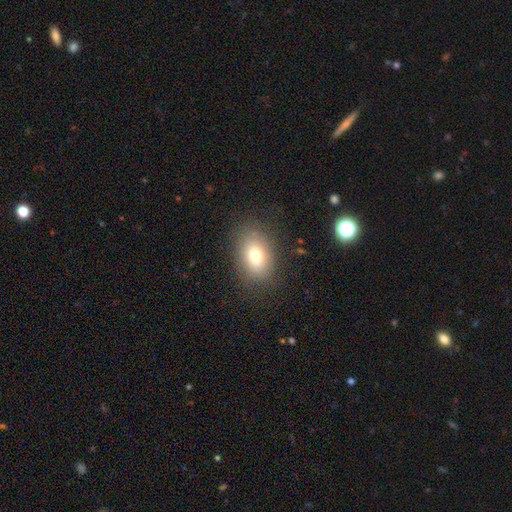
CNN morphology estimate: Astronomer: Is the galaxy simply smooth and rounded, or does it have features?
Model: smooth — 76%.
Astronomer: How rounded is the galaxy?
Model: in between — 78%.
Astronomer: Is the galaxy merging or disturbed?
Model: none — 82%.